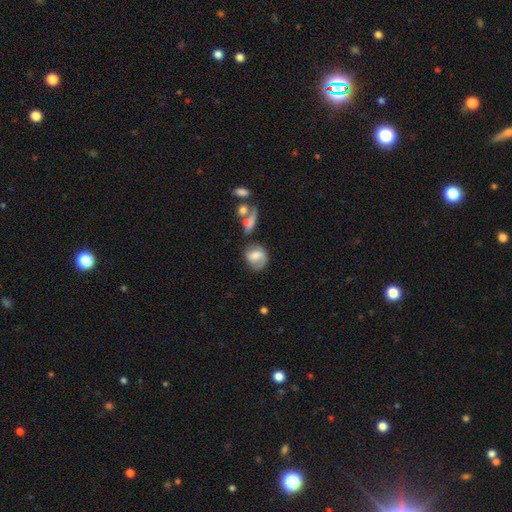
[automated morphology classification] Smooth or featured? Predicted: smooth (p=0.53). How rounded? Predicted: round (p=0.51). Merging? Predicted: none (p=0.53).